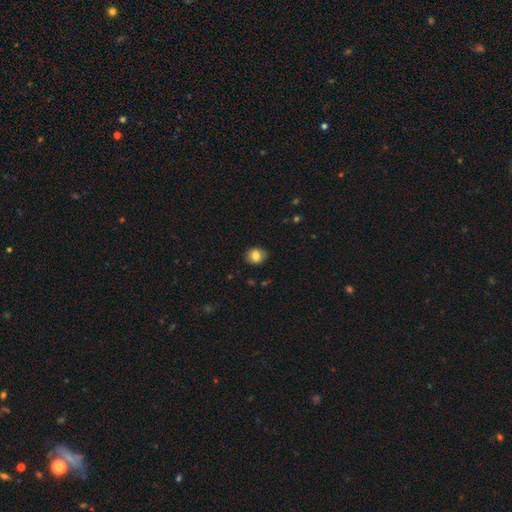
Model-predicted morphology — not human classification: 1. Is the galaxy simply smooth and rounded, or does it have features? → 80% smooth, 11% featured or disk, 9% star or artifact.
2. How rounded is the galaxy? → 67% round, 32% in between, 1% cigar-shaped.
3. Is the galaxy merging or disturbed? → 85% none, 11% minor disturbance, 2% major disturbance, 1% merger.